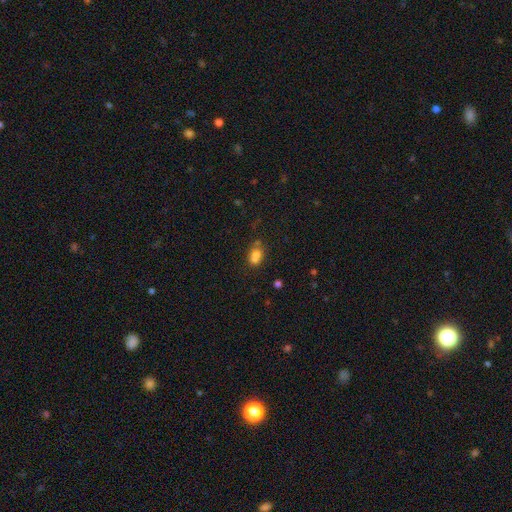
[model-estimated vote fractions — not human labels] The model was most divided on "merging": none: 42%, merger: 37%, minor disturbance: 15%, major disturbance: 6%. More confident: smooth or featured — smooth (74%); how rounded — in between (69%).